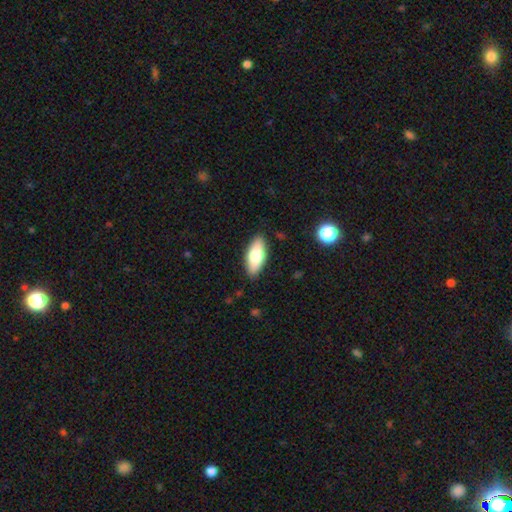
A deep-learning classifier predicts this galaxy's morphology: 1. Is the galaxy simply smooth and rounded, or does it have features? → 72% smooth, 22% featured or disk, 6% star or artifact.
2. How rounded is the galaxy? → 83% in between, 15% cigar-shaped, 3% round.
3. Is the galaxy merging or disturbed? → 88% none, 9% minor disturbance, 2% major disturbance, 1% merger.